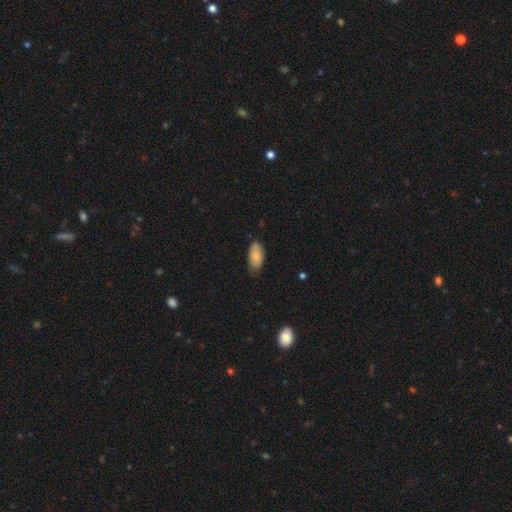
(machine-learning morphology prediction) Smooth or featured? Predicted: smooth (p=0.80). How rounded? Predicted: in between (p=0.93). Merging? Predicted: none (p=0.59).